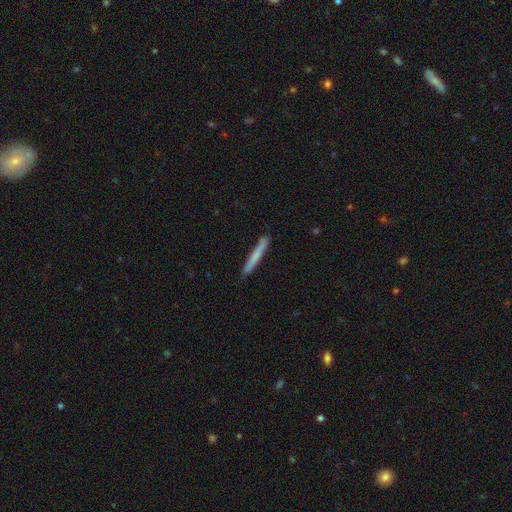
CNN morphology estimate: type=smooth (70%); roundness=cigar-shaped (97%); merging=none (90%).